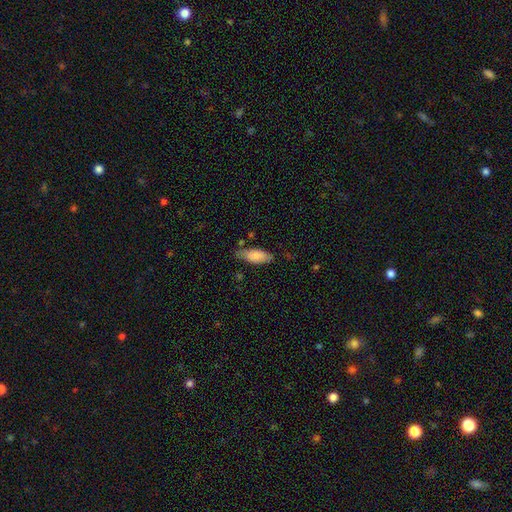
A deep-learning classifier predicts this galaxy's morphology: A smooth galaxy with no disk features (83%) that is in between round and cigar-shaped (77%).

Vote fractions:
- Smooth or featured? smooth: 83% / featured or disk: 11% / star or artifact: 6%
- How rounded? in between: 77% / cigar-shaped: 22% / round: 2%
- Merging? none: 66% / minor disturbance: 25% / major disturbance: 5% / merger: 3%